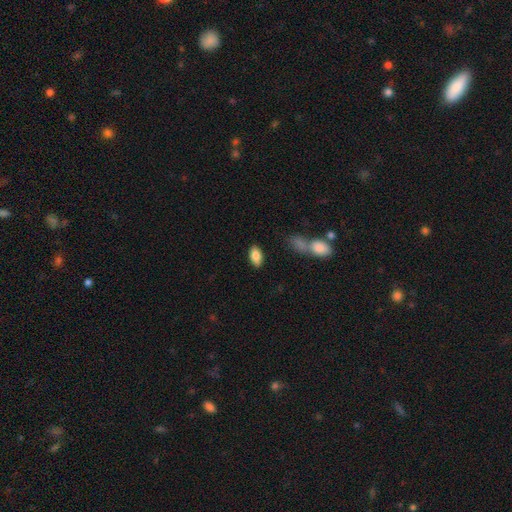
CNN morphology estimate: This appears to be a smooth galaxy with no disk features (83%) that is in between round and cigar-shaped (90%). Merging: none (84%).